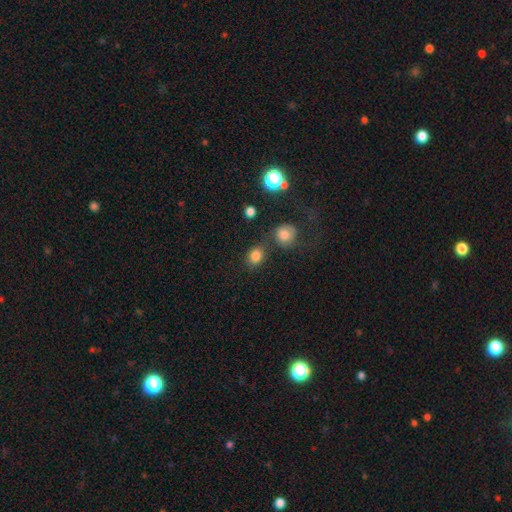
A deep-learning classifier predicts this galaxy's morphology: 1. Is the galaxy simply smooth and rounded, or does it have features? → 81% smooth, 13% star or artifact, 6% featured or disk.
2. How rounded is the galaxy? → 60% round, 39% in between, 1% cigar-shaped.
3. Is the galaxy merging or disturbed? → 67% none, 15% merger, 13% minor disturbance, 5% major disturbance.